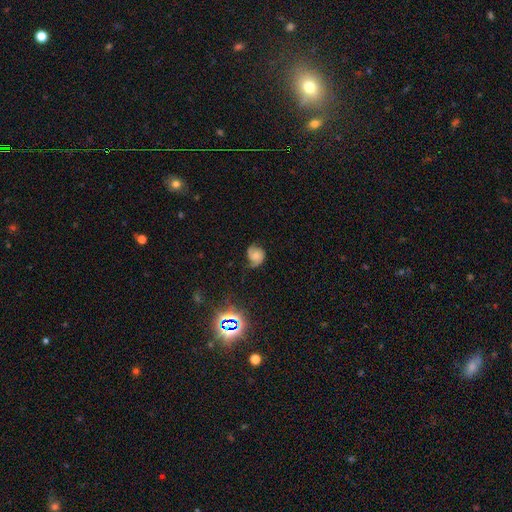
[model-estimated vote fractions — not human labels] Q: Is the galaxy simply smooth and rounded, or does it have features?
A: featured or disk — 52%.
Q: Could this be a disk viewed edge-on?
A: no — 97%.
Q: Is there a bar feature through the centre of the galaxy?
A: no — 73%.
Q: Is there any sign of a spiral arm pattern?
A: yes — 90%.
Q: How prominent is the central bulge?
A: small — 38%.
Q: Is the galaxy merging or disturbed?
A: none — 54%.